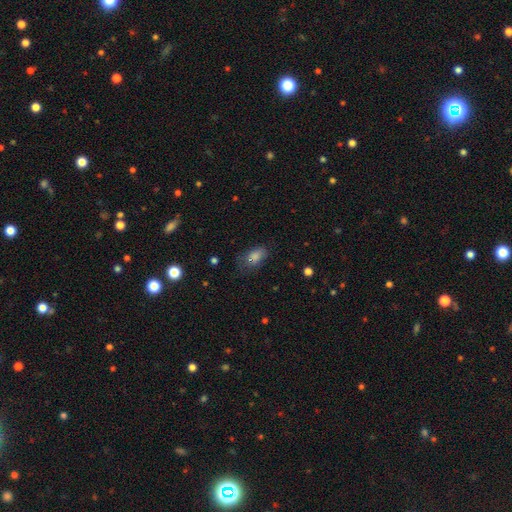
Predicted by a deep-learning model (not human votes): Smooth or featured: smooth — 79% (star or artifact — 11%)
How rounded: in between — 88% (round — 8%)
Merging: none — 57% (minor disturbance — 28%)